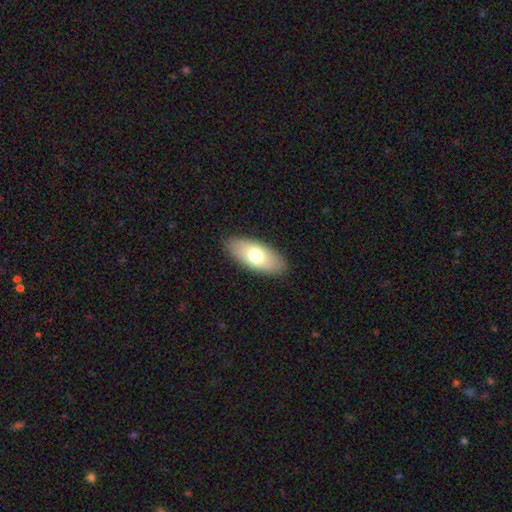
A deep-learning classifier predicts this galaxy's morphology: Overall: smooth (71%). How rounded: in between (88%). Merging: none (88%).